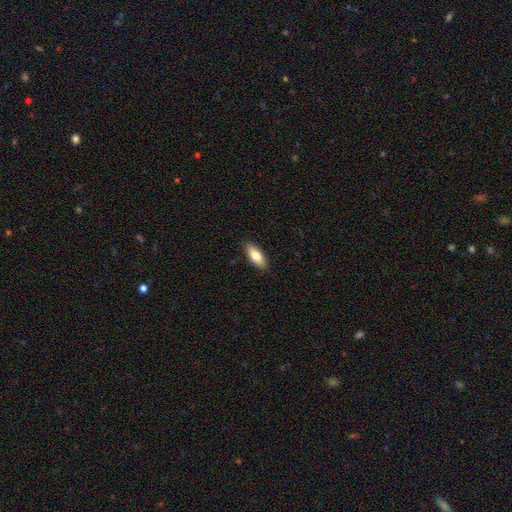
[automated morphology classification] A smooth galaxy with no disk features (80%) that is in between round and cigar-shaped (81%). Merging: none (89%).